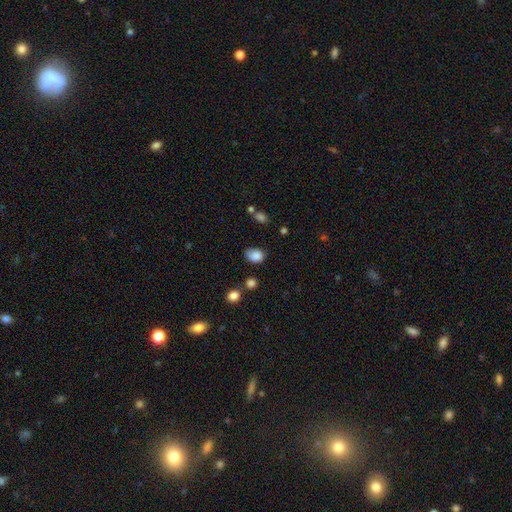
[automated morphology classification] Smooth or featured? smooth (85%)
How rounded? in between (66%)
Merging? none (63%)